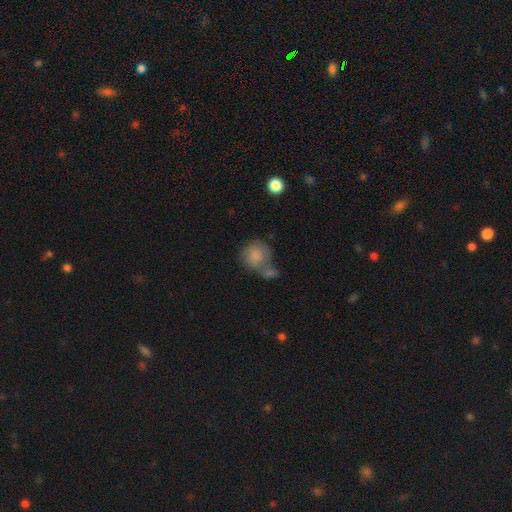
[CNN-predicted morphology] A smooth galaxy with no disk features (79%) that is round (79%).

Vote fractions:
- Smooth or featured? smooth: 79% / featured or disk: 14% / star or artifact: 7%
- How rounded? round: 79% / in between: 19% / cigar-shaped: 1%
- Merging? merger: 42% / none: 33% / minor disturbance: 15% / major disturbance: 11%